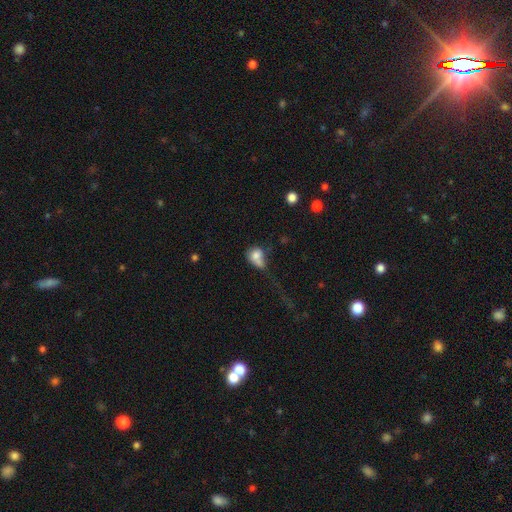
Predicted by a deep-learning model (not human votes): Smooth or featured? smooth (72%)
How rounded? in between (51%)
Merging? major disturbance (28%)